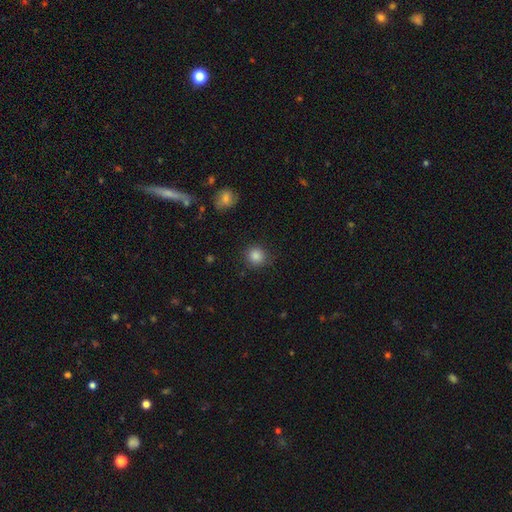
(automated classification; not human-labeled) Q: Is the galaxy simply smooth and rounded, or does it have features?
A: smooth — 85%.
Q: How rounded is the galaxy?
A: round — 90%.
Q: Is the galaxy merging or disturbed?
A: none — 86%.